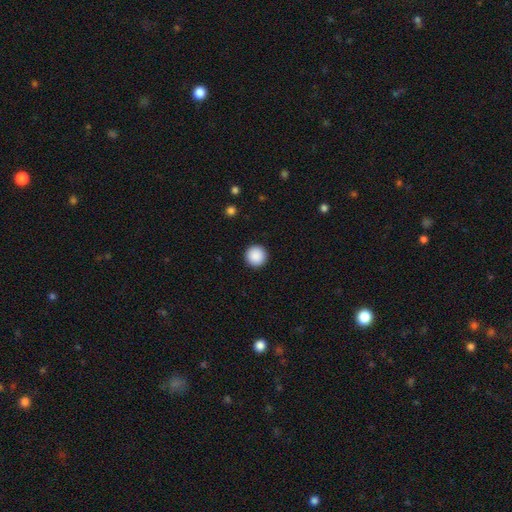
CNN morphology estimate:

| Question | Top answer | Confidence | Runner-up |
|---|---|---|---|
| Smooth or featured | smooth | 89% | star or artifact (8%) |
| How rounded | round | 96% | in between (3%) |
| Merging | none | 94% | minor disturbance (4%) |